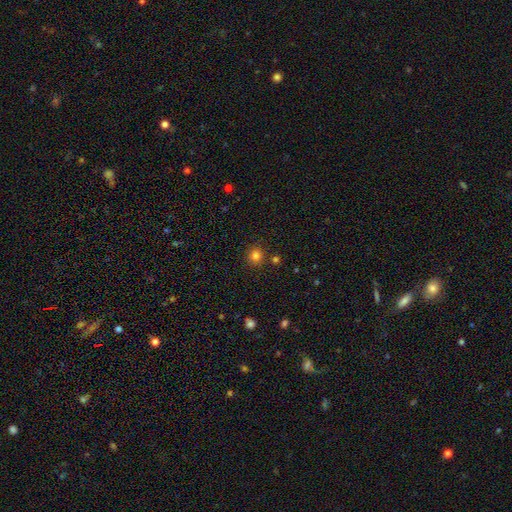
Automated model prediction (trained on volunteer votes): Smooth or featured? Predicted: smooth (p=0.80). How rounded? Predicted: round (p=0.89). Merging? Predicted: none (p=0.86).